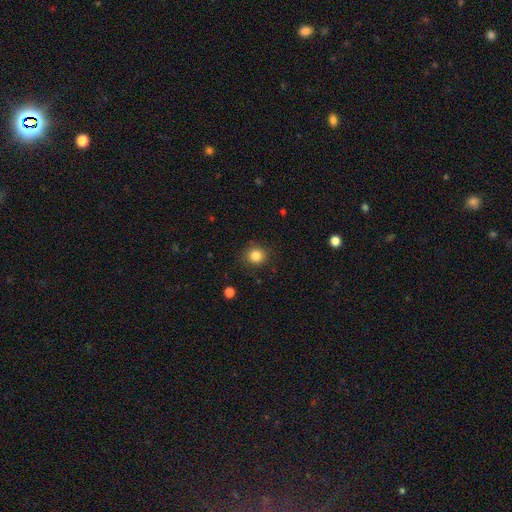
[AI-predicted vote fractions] Overall: smooth (84%). How rounded: round (87%). Merging: none (86%).